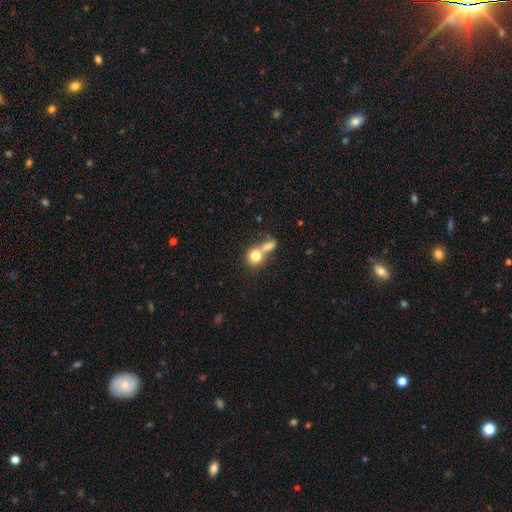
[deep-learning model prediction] Smooth or featured? smooth (77%)
How rounded? round (74%)
Merging? merger (60%)